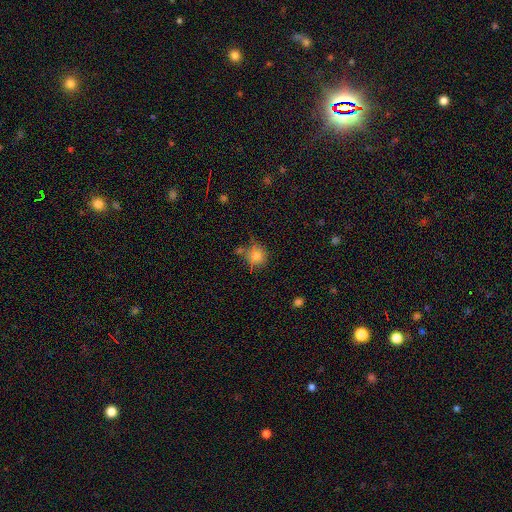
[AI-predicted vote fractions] This appears to be a smooth galaxy with no disk features (78%) that is round (84%). Merging: none (65%).